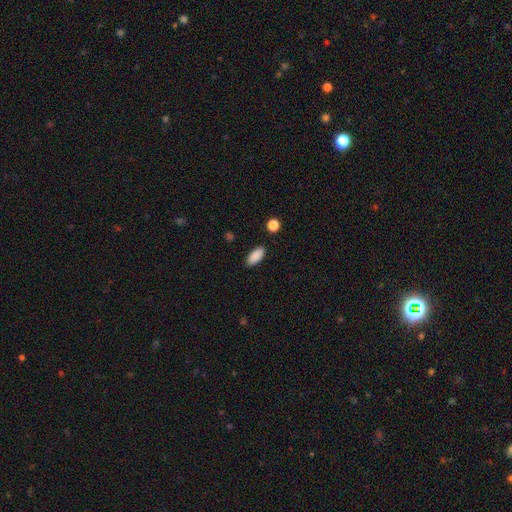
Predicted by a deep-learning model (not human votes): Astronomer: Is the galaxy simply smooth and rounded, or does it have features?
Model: smooth — 89%.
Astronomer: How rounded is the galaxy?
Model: in between — 87%.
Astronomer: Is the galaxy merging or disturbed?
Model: none — 88%.